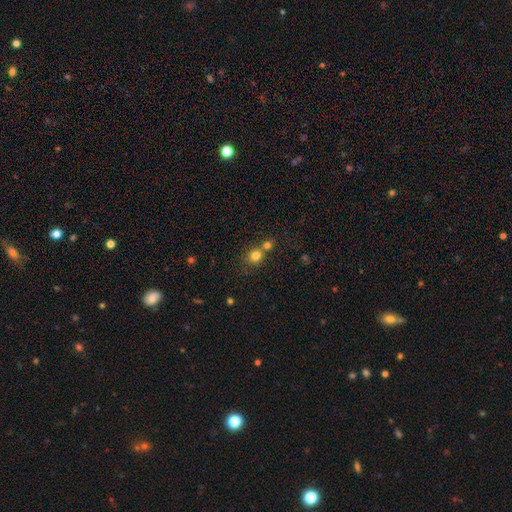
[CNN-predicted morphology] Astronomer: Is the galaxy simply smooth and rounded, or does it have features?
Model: smooth — 78%.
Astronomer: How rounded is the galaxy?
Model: round — 85%.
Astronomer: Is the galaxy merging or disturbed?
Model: none — 51% (runner-up: merger, 38%).